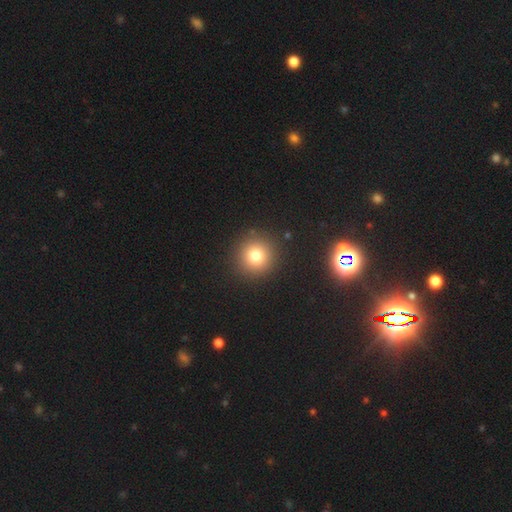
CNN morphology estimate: Smooth or featured? smooth (78%)
How rounded? round (94%)
Merging? none (90%)